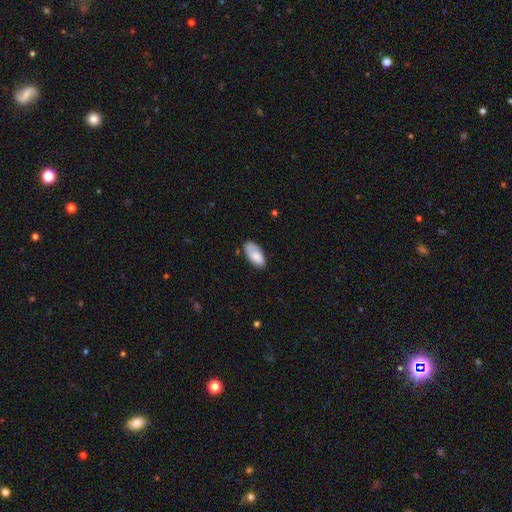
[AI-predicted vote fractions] This appears to be a smooth galaxy with no disk features (81%) that is in between round and cigar-shaped (92%). Merging: none (67%).